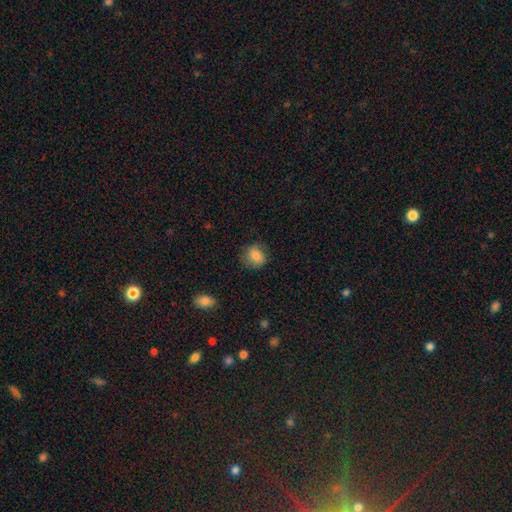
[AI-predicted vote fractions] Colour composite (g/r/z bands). It shows a smooth galaxy with no disk features (82%) that is round (72%). Merging: none (74%).